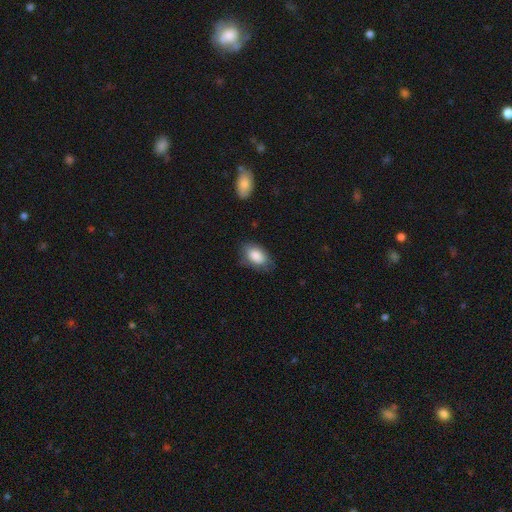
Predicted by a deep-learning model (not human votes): Smooth or featured: smooth — 86% (featured or disk — 8%)
How rounded: in between — 92% (round — 6%)
Merging: none — 71% (minor disturbance — 22%)